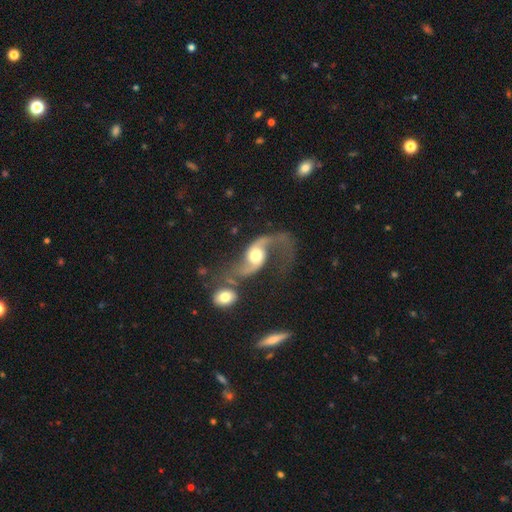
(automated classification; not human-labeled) smooth_or_featured: featured or disk (p=0.89) [alt: smooth p=0.07]
disk_edge_on: no (p=0.96) [alt: yes p=0.04]
bar: no (p=0.56) [alt: weak p=0.31]
has_spiral_arms: yes (p=0.96) [alt: no p=0.04]
spiral_winding: loose (p=0.81) [alt: medium p=0.16]
spiral_arm_count: 2 (p=0.92) [alt: 1 p=0.04]
bulge_size: moderate (p=0.61) [alt: large p=0.25]
merging: none (p=0.51) [alt: major disturbance p=0.19]